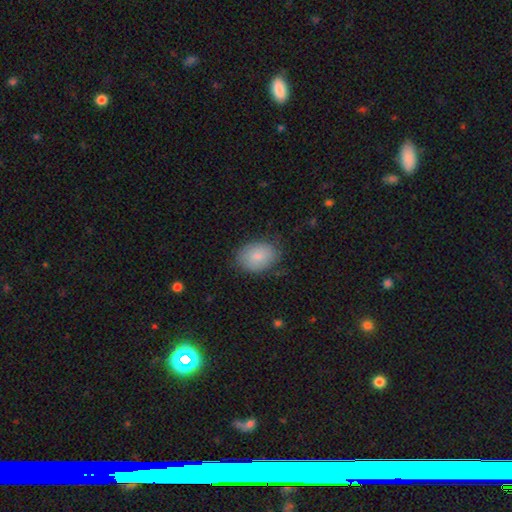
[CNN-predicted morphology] smooth-or-featured: smooth: 83% | featured or disk: 10% | star or artifact: 7%
  how-rounded: in between: 75% | round: 24% | cigar-shaped: 1%
  merging: none: 79% | minor disturbance: 16% | major disturbance: 4% | merger: 1%